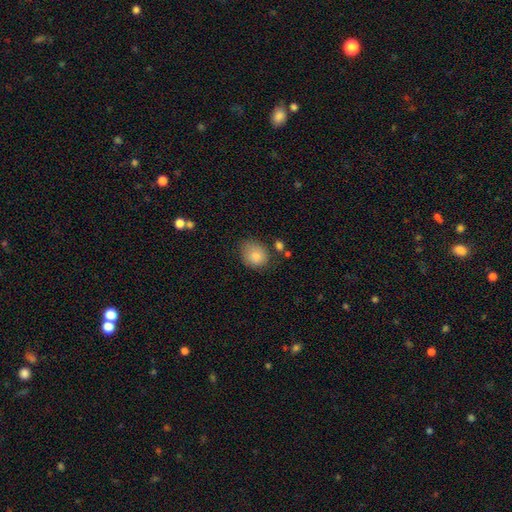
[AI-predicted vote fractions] Smooth or featured? Predicted: smooth (p=0.85). How rounded? Predicted: round (p=0.62). Merging? Predicted: none (p=0.68).